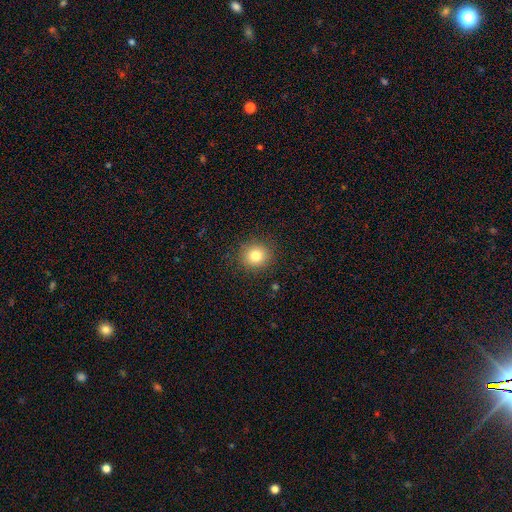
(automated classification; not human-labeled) This appears to be a smooth galaxy with no disk features (81%) that is round (89%). Merging: none (90%).